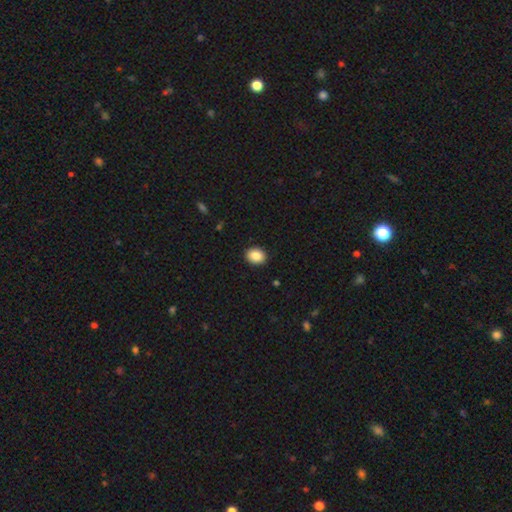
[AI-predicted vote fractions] Smooth or featured? Predicted: smooth (p=0.87). How rounded? Predicted: round (p=0.51). Merging? Predicted: none (p=0.92).